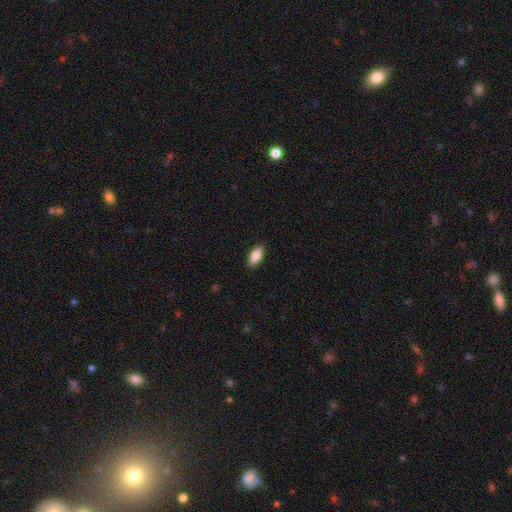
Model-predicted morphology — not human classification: Overall: smooth (86%). How rounded: in between (86%). Merging: none (89%).